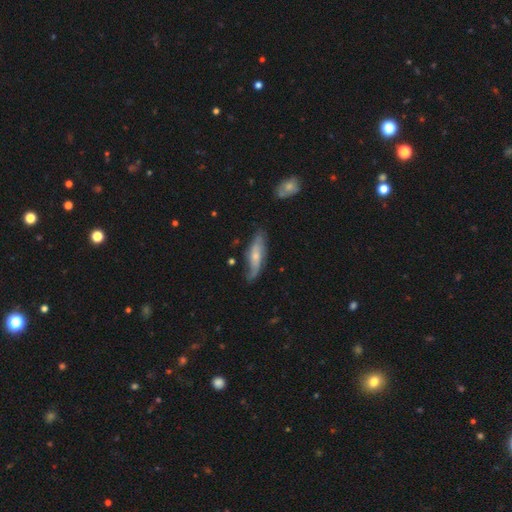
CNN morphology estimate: A featured or disk galaxy (56%).

Vote fractions:
- Smooth or featured? featured or disk: 56% / smooth: 38% / star or artifact: 6%
- Edge-on disk? no: 64% / yes: 36%
- Merging? none: 65% / minor disturbance: 26% / major disturbance: 7% / merger: 3%